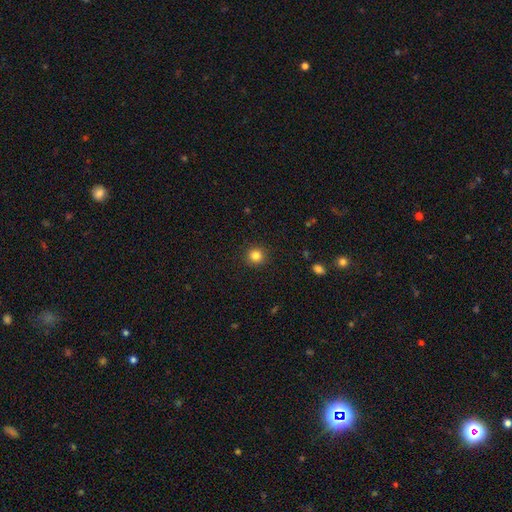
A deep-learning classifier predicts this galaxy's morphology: Overall: smooth (84%). How rounded: round (92%). Merging: none (92%).